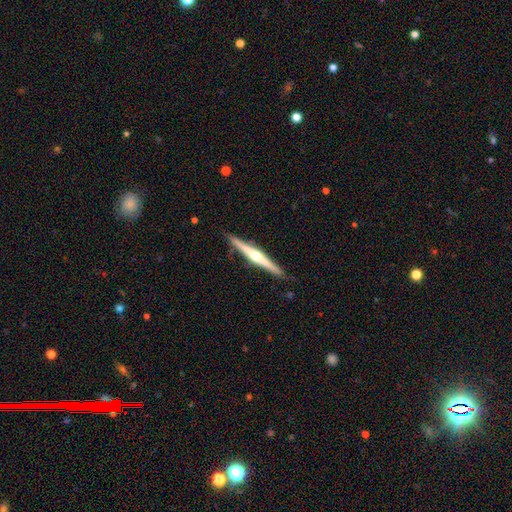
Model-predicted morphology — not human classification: Smooth or featured? featured or disk (77%)
Edge-on disk? yes (98%)
Edge-on bulge? rounded (90%)
Merging? none (89%)